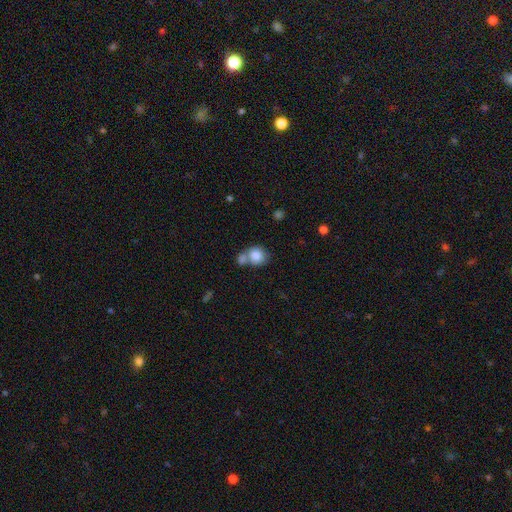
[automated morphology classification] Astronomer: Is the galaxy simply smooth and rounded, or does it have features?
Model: smooth — 83%.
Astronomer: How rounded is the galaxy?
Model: round — 74%.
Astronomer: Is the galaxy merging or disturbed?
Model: merger — 48% (runner-up: none, 37%).